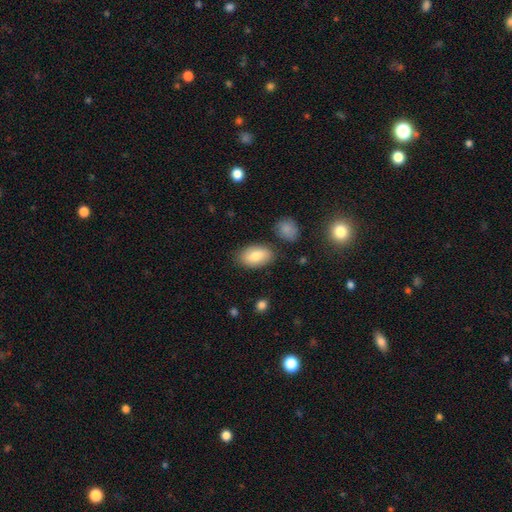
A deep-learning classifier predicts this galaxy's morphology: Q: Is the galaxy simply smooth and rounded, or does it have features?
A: smooth — 80%.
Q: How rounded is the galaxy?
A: in between — 93%.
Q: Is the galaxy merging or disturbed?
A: none — 82%.